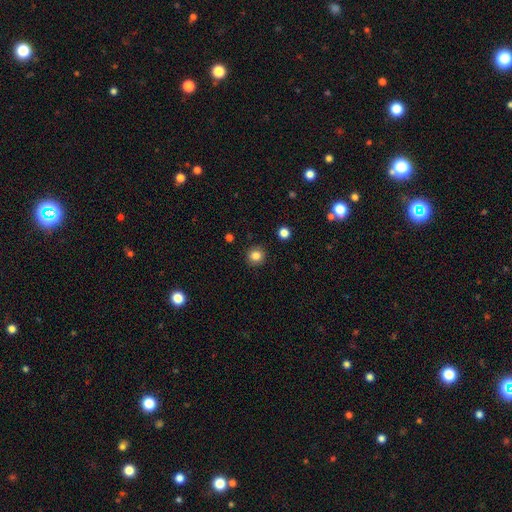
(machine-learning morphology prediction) This is clearly a smooth galaxy (84%). How rounded: clearly round (92%). Merging: clearly none (91%).